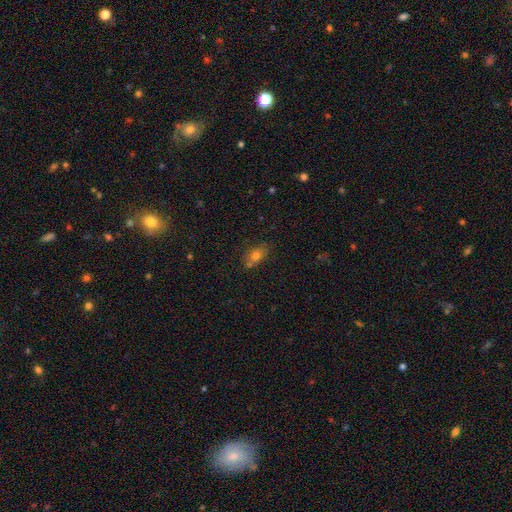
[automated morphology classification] The model was most divided on "merging": none: 61%, minor disturbance: 18%, merger: 16%, major disturbance: 5%. More confident: how rounded — in between (73%); smooth or featured — smooth (71%).